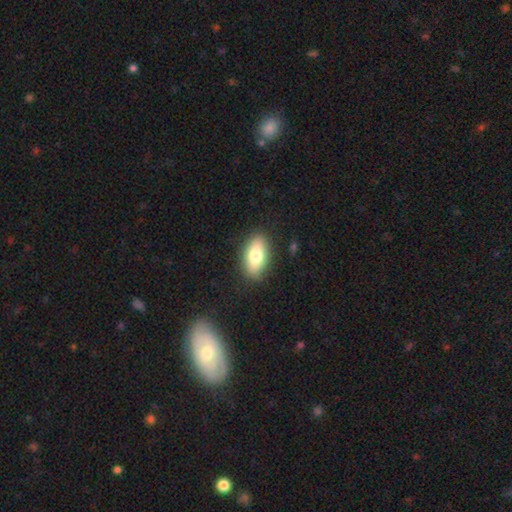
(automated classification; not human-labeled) A smooth galaxy with no disk features (74%) that is in between round and cigar-shaped (87%). Merging: none (87%).